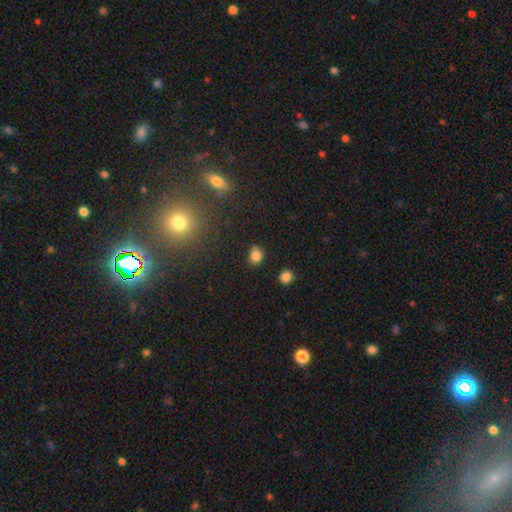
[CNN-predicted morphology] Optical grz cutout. It shows a smooth galaxy with no disk features (83%) that is in between round and cigar-shaped (58%). Merging: none (83%).